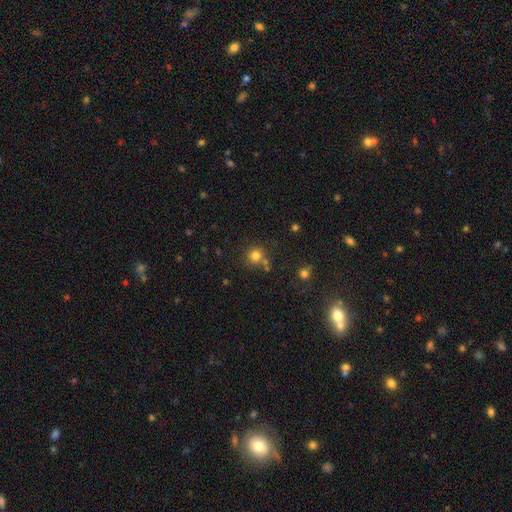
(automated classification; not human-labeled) Q: Smooth or featured?
A: smooth (79%); runner-up: star or artifact (15%)
Q: How rounded?
A: round (92%); runner-up: in between (7%)
Q: Merging?
A: none (73%); runner-up: merger (14%)